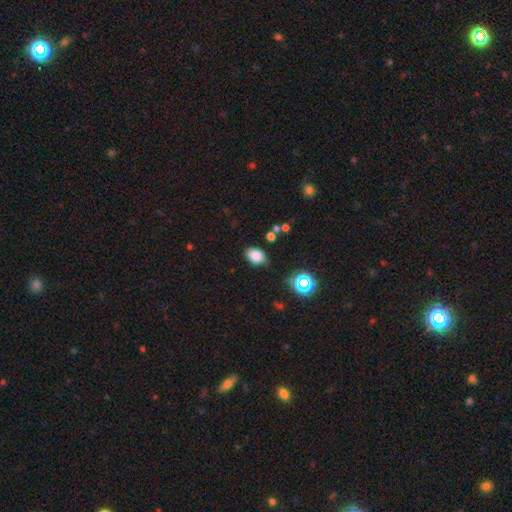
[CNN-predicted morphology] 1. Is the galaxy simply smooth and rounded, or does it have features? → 79% smooth, 14% star or artifact, 7% featured or disk.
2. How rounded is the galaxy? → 84% in between, 15% round, 1% cigar-shaped.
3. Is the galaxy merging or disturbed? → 76% none, 17% minor disturbance, 4% major disturbance, 3% merger.